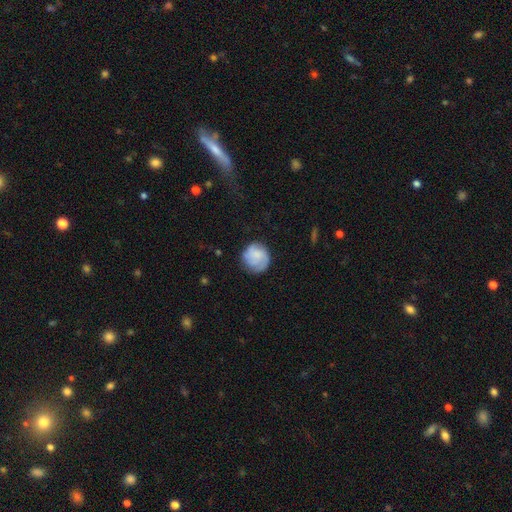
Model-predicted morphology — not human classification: Overall: smooth (49%; featured or disk 43%). Merging: none (75%).